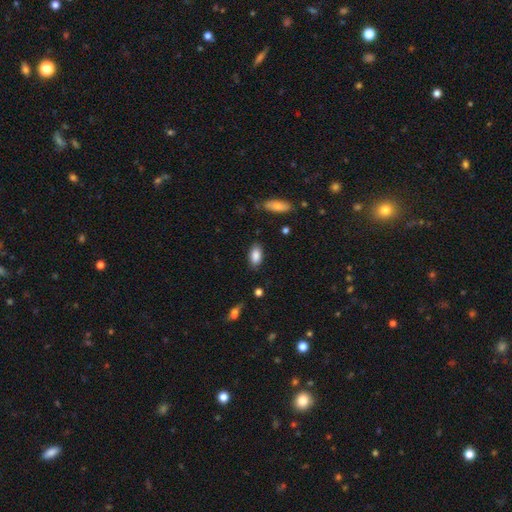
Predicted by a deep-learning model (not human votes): This is clearly a smooth galaxy (87%). How rounded: clearly in between (92%). Merging: clearly none (83%).